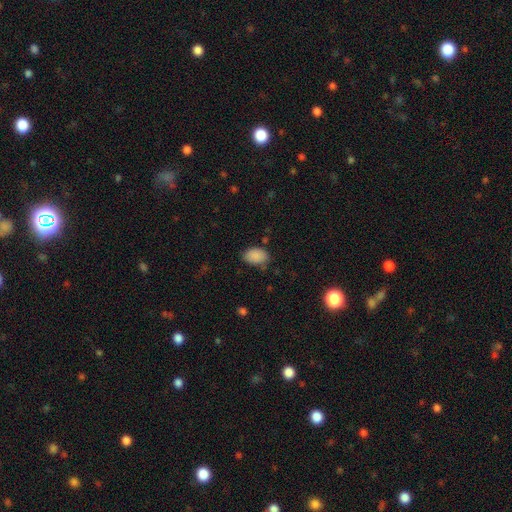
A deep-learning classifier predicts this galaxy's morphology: type=smooth (88%); roundness=in between (88%); merging=none (75%).